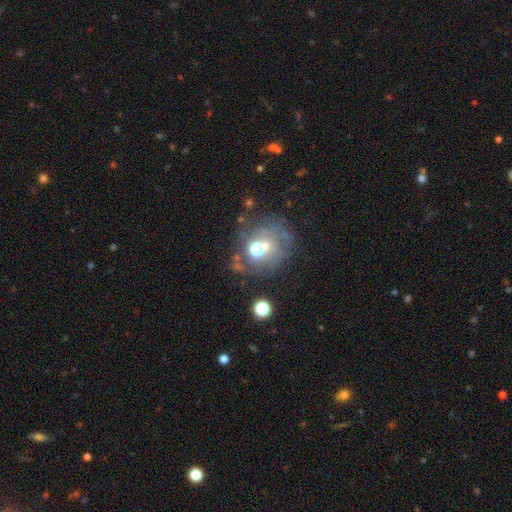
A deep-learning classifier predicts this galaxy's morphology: Smooth or featured? featured or disk (47%)
Merging? none (55%)